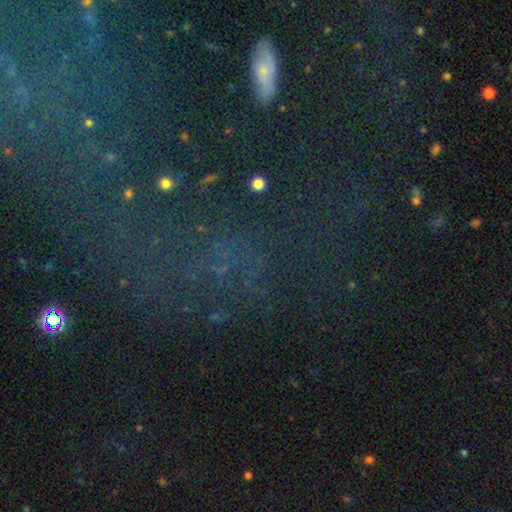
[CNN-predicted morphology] Smooth or featured? star or artifact (53%)